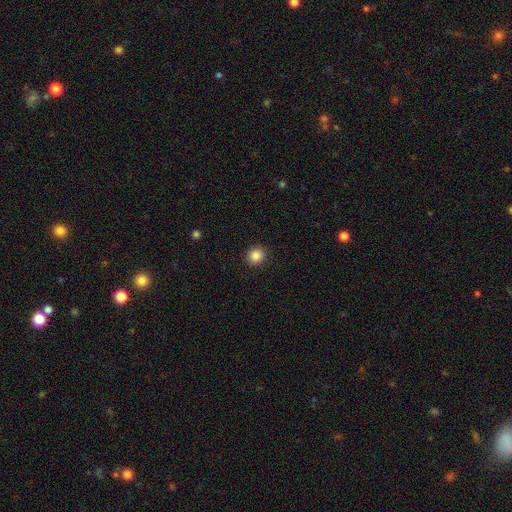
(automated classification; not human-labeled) Smooth or featured? smooth (86%)
How rounded? round (90%)
Merging? none (92%)